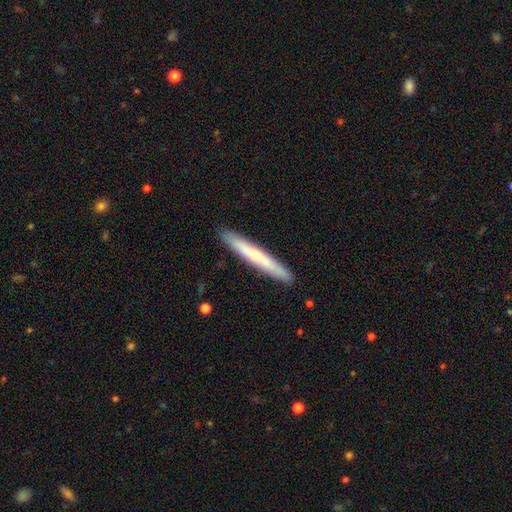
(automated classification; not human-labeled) Smooth or featured?
  - smooth: 57% *
  - featured or disk: 38%
  - star or artifact: 5%
How rounded?
  - cigar-shaped: 96% *
  - in between: 2%
  - round: 1%
Merging?
  - none: 92% *
  - minor disturbance: 6%
  - major disturbance: 1%
  - merger: 1%